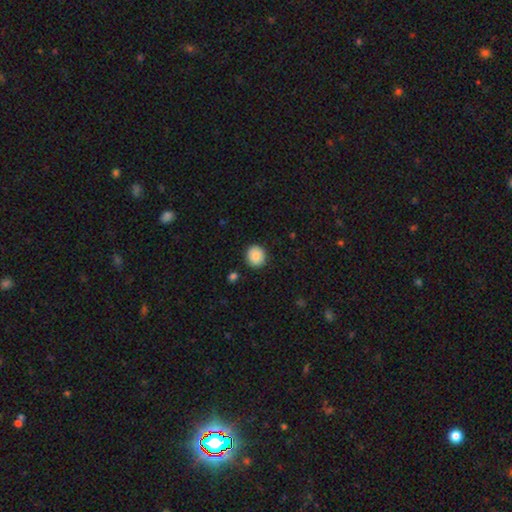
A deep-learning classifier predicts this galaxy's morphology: Q: Smooth or featured?
A: smooth (86%); runner-up: star or artifact (8%)
Q: How rounded?
A: round (87%); runner-up: in between (12%)
Q: Merging?
A: none (90%); runner-up: minor disturbance (7%)